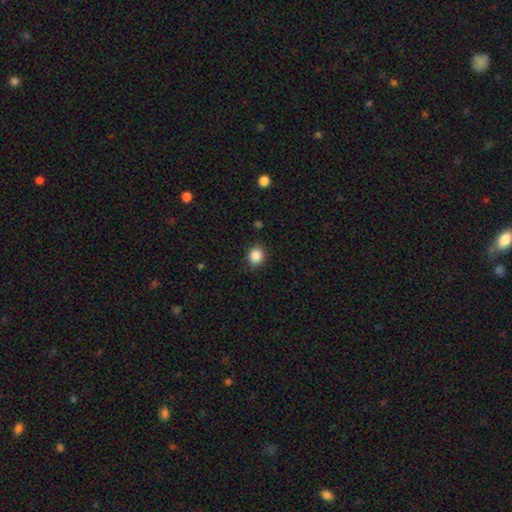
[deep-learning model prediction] A smooth galaxy with no disk features (87%) that is round (75%). Merging: none (86%).